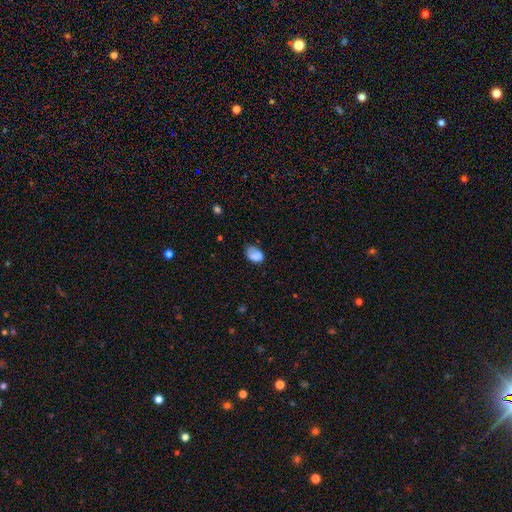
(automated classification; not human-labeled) Q: Smooth or featured?
A: smooth (78%); runner-up: featured or disk (13%)
Q: How rounded?
A: in between (83%); runner-up: round (15%)
Q: Merging?
A: none (49%); runner-up: minor disturbance (34%)